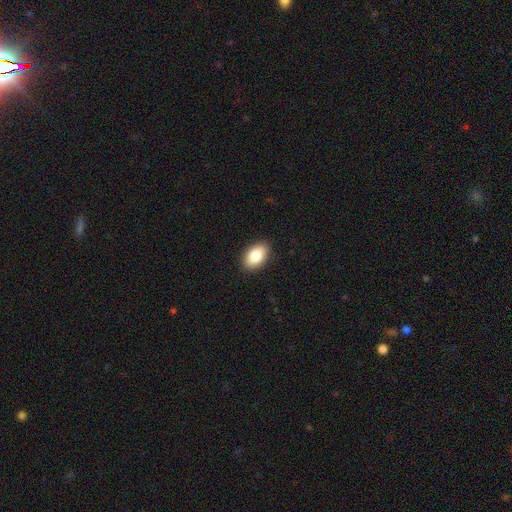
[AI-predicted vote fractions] Smooth or featured?
  - smooth: 84% *
  - featured or disk: 9%
  - star or artifact: 7%
How rounded?
  - in between: 93% *
  - round: 6%
  - cigar-shaped: 2%
Merging?
  - none: 89% *
  - minor disturbance: 8%
  - major disturbance: 2%
  - merger: 1%